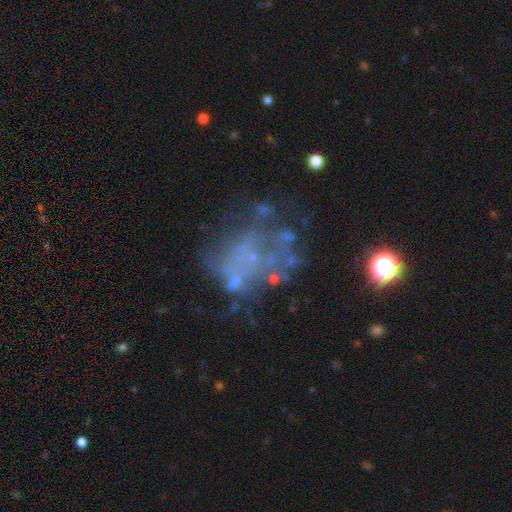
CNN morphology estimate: Q: Smooth or featured?
A: featured or disk (54%); runner-up: star or artifact (24%)
Q: Edge-on disk?
A: no (98%); runner-up: yes (2%)
Q: Bar?
A: no (93%); runner-up: weak (5%)
Q: Spiral arms?
A: no (93%); runner-up: yes (7%)
Q: Bulge size?
A: none (69%); runner-up: small (24%)
Q: Merging?
A: none (40%); runner-up: major disturbance (29%)